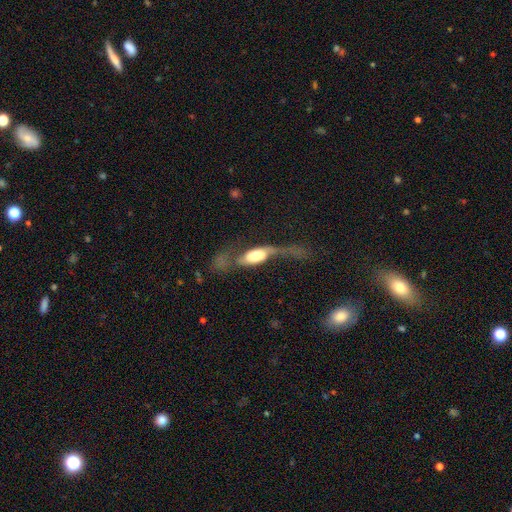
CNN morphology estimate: smooth-or-featured: featured or disk: 57% | smooth: 37% | star or artifact: 7%
  disk-edge-on: no: 71% | yes: 29%
  merging: major disturbance: 50% | none: 26% | minor disturbance: 17% | merger: 6%